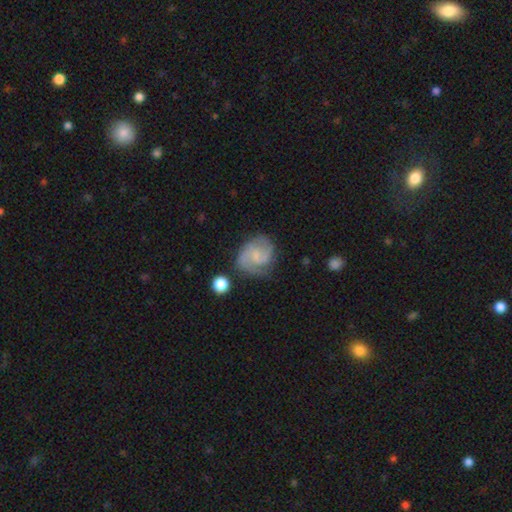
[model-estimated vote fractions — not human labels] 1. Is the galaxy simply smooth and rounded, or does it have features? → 72% featured or disk, 21% smooth, 7% star or artifact.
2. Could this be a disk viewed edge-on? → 98% no, 2% yes.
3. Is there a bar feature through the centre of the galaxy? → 50% weak, 42% no, 9% strong.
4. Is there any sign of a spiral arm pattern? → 94% yes, 6% no.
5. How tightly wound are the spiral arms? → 50% medium, 30% tight, 20% loose.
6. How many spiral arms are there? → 79% 2, 10% can't tell, 5% 3, 4% 1, 1% 4, 1% more than 4.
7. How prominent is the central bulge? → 53% small, 24% none, 20% moderate, 2% large, 1% dominant.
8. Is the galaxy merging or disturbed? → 67% none, 21% minor disturbance, 9% major disturbance, 3% merger.